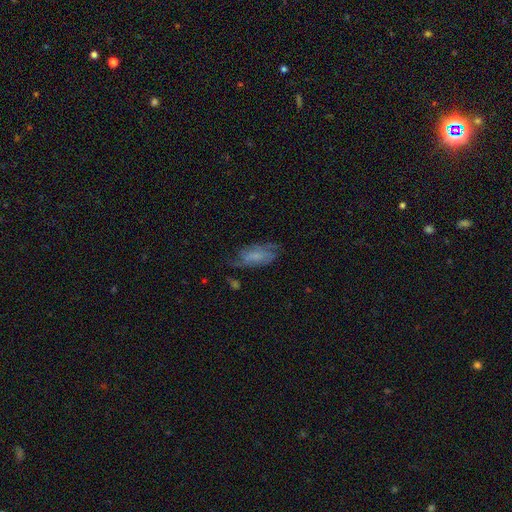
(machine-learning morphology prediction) Smooth or featured: featured or disk — 48% (smooth — 43%)
Merging: none — 52% (minor disturbance — 27%)